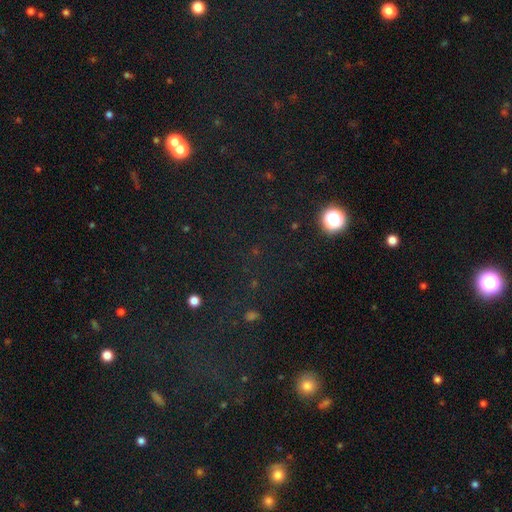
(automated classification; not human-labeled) Smooth or featured?
  - star or artifact: 67% *
  - smooth: 23%
  - featured or disk: 10%